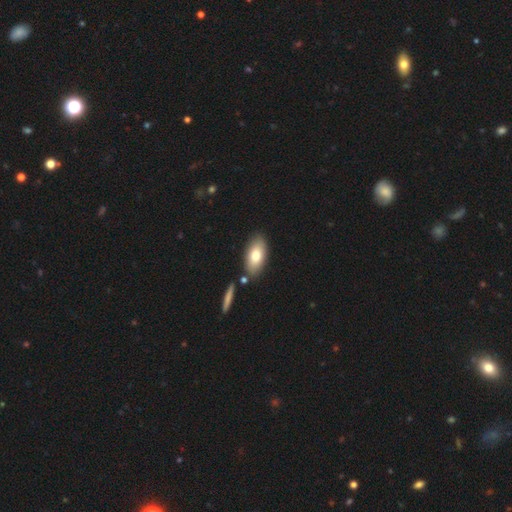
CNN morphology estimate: smooth-or-featured: smooth: 78% | featured or disk: 15% | star or artifact: 6%
  how-rounded: in between: 91% | cigar-shaped: 6% | round: 3%
  merging: none: 82% | minor disturbance: 10% | merger: 7% | major disturbance: 2%